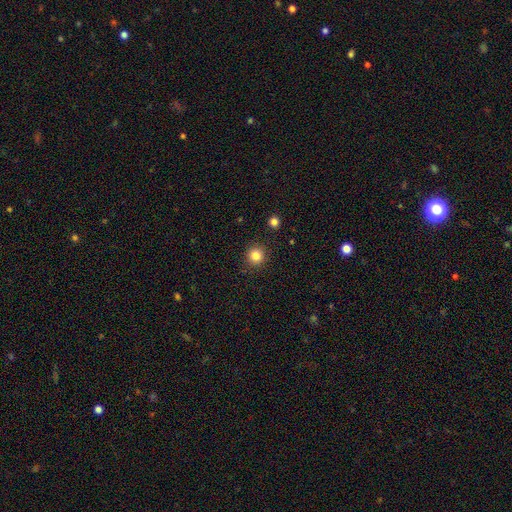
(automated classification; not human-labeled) A smooth galaxy with no disk features (83%) that is round (94%).

Vote fractions:
- Smooth or featured? smooth: 83% / star or artifact: 12% / featured or disk: 5%
- How rounded? round: 94% / in between: 5% / cigar-shaped: 1%
- Merging? none: 91% / minor disturbance: 5% / major disturbance: 2% / merger: 1%